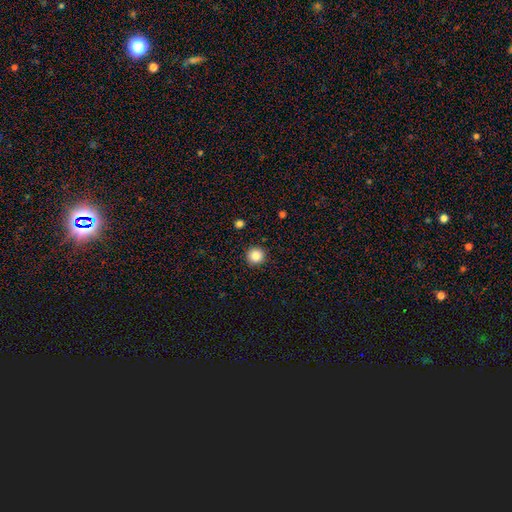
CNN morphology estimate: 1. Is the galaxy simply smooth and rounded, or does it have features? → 85% smooth, 10% star or artifact, 4% featured or disk.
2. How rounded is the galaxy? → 95% round, 4% in between, 1% cigar-shaped.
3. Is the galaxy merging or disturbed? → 93% none, 5% minor disturbance, 2% major disturbance, 1% merger.